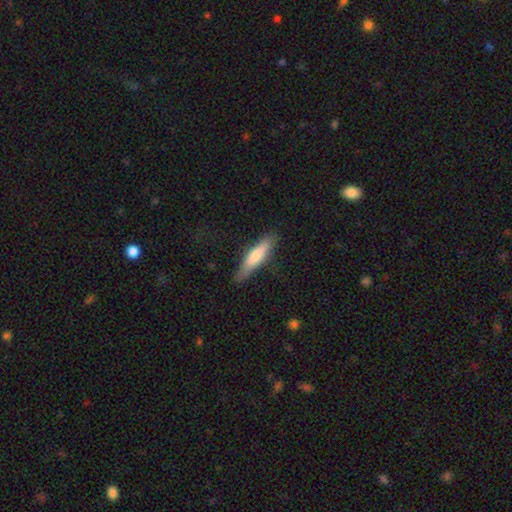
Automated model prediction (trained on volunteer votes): Q: Smooth or featured?
A: smooth (66%); runner-up: featured or disk (29%)
Q: How rounded?
A: cigar-shaped (80%); runner-up: in between (18%)
Q: Merging?
A: none (82%); runner-up: minor disturbance (14%)